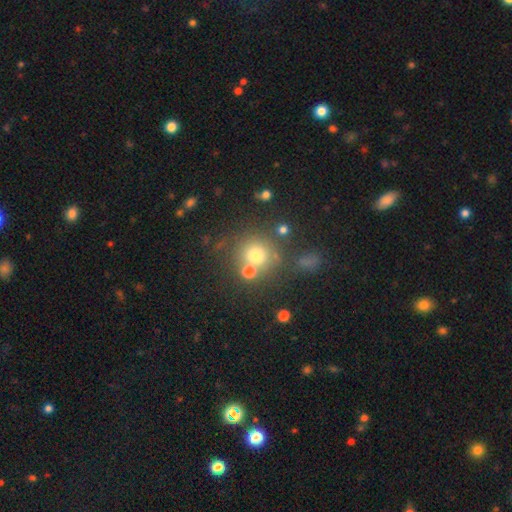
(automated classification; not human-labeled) Smooth or featured? Predicted: smooth (p=0.70). How rounded? Predicted: round (p=0.90). Merging? Predicted: none (p=0.62).